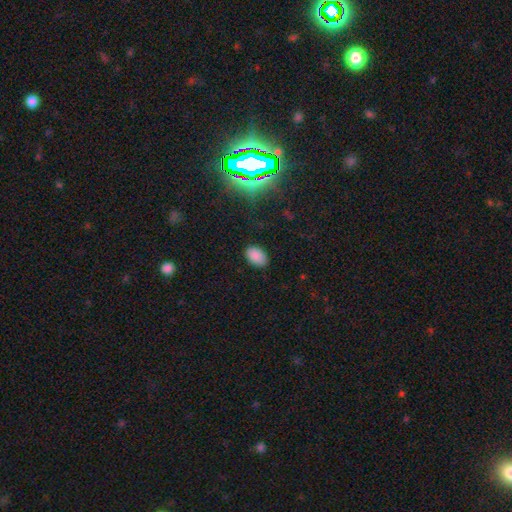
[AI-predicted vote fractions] Morphology: type=smooth (86%); roundness=in between (91%); merging=none (85%).